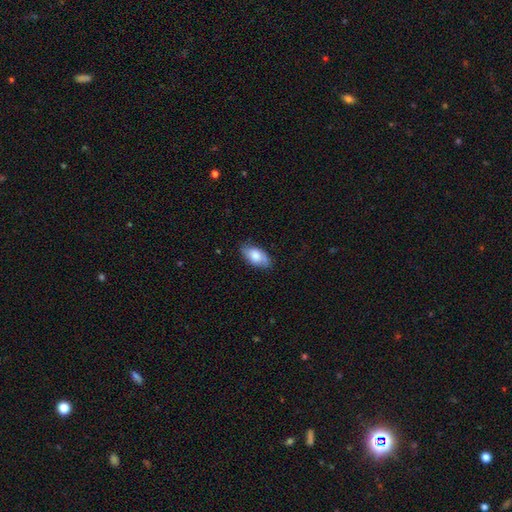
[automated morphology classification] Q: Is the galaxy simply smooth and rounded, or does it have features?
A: smooth — 78%.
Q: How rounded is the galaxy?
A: in between — 92%.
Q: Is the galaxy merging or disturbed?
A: none — 80%.